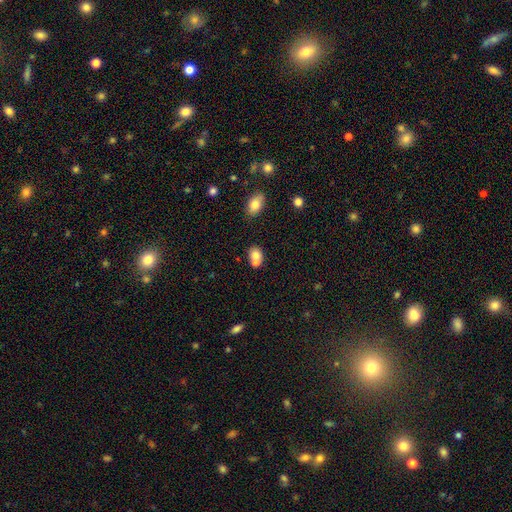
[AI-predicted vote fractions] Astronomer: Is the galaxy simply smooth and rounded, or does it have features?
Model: smooth — 74%.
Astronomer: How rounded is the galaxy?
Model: round — 58% (runner-up: in between, 41%).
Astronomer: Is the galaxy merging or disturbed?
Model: merger — 55% (runner-up: none, 33%).